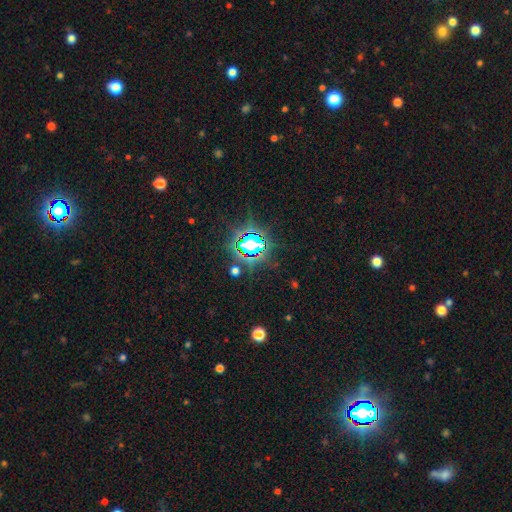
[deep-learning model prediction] A star or artifact, not a galaxy (76%).

Vote fractions:
- Smooth or featured? star or artifact: 76% / smooth: 15% / featured or disk: 9%